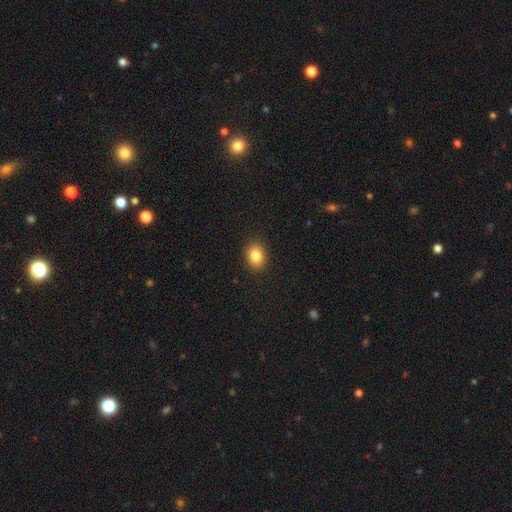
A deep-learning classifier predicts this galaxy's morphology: smooth_or_featured: smooth (p=0.84) [alt: star or artifact p=0.10]
how_rounded: in between (p=0.55) [alt: round p=0.44]
merging: none (p=0.90) [alt: minor disturbance p=0.07]